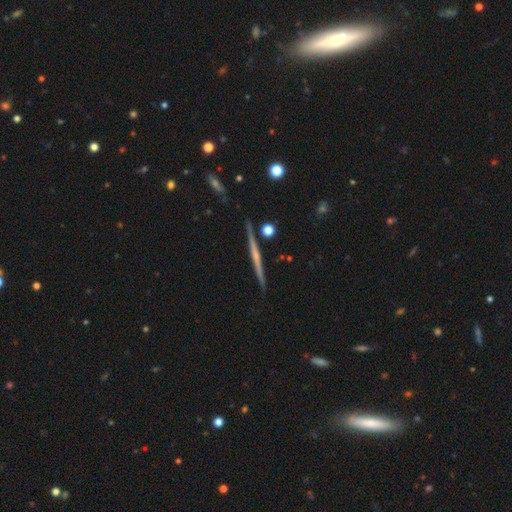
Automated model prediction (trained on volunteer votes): A featured or disk galaxy (71%) viewed edge-on (98%) with no central bulge (63%).

Vote fractions:
- Smooth or featured? featured or disk: 71% / smooth: 23% / star or artifact: 6%
- Edge-on disk? yes: 98% / no: 2%
- Edge-on bulge? none: 63% / rounded: 28% / boxy: 9%
- Merging? none: 90% / minor disturbance: 7% / merger: 2% / major disturbance: 1%